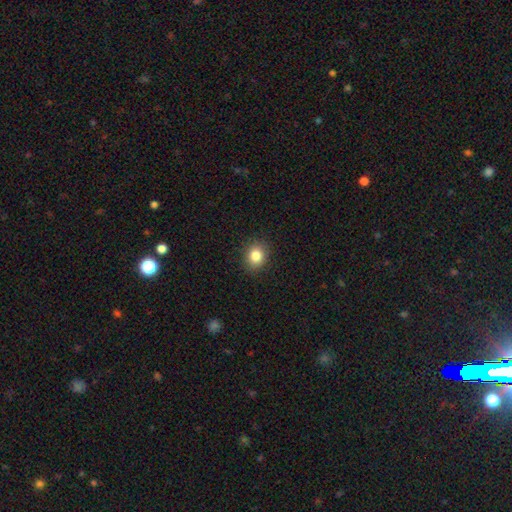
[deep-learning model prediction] A smooth galaxy with no disk features (83%) that is round (64%). Merging: none (90%).